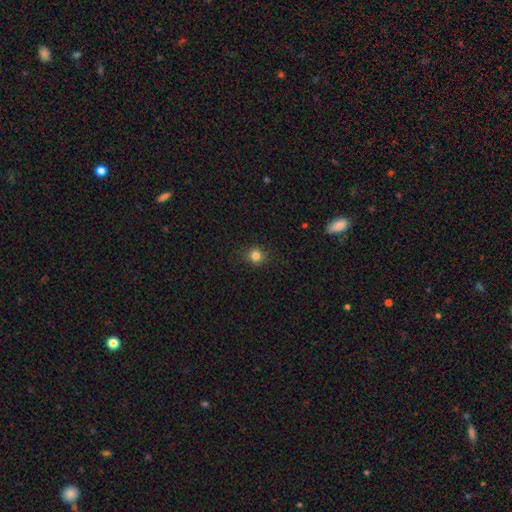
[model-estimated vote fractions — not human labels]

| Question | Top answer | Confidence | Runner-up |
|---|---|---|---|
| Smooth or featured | smooth | 82% | star or artifact (13%) |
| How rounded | round | 88% | in between (11%) |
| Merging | none | 88% | minor disturbance (8%) |